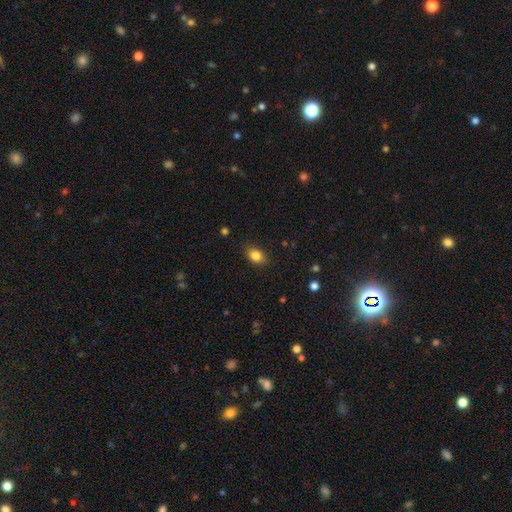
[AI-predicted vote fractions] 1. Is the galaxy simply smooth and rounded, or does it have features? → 83% smooth, 9% star or artifact, 7% featured or disk.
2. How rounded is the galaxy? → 75% in between, 23% round, 2% cigar-shaped.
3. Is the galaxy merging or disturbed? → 84% none, 12% minor disturbance, 3% major disturbance, 1% merger.